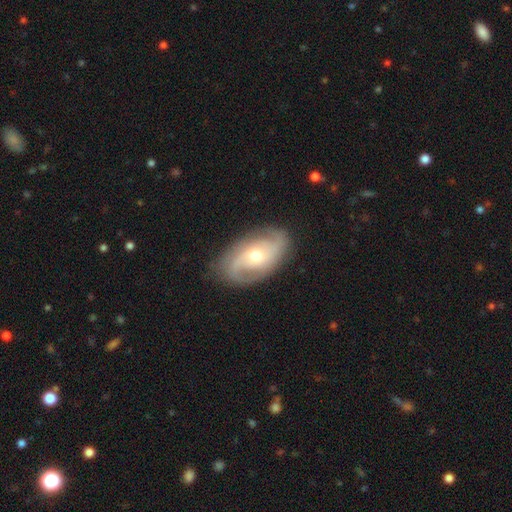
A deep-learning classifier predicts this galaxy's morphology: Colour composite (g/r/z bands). It shows a featured or disk galaxy (82%) with no bar (61%), 2 (74%) medium (44%) spiral arms (93%) and a moderate central bulge (61%). Merging: none (81%).